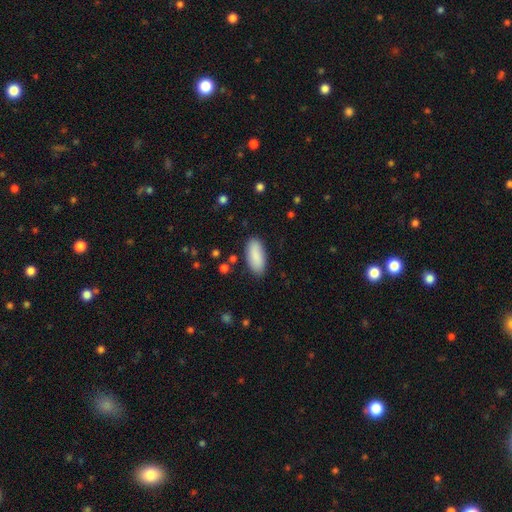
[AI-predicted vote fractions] Smooth or featured?
  - smooth: 89% *
  - star or artifact: 6%
  - featured or disk: 5%
How rounded?
  - in between: 87% *
  - cigar-shaped: 11%
  - round: 2%
Merging?
  - none: 86% *
  - minor disturbance: 10%
  - major disturbance: 2%
  - merger: 2%